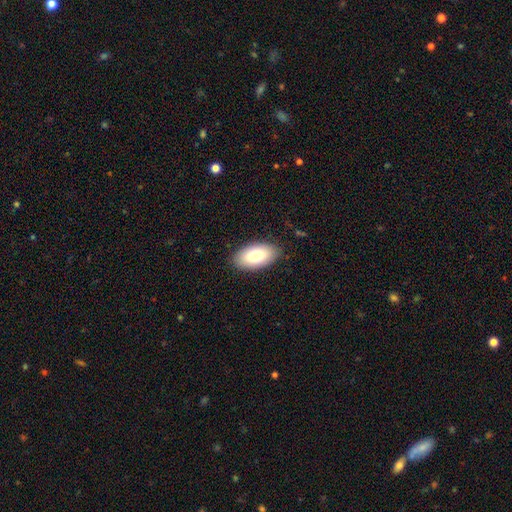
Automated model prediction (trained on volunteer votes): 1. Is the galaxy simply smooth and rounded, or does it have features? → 80% smooth, 13% featured or disk, 6% star or artifact.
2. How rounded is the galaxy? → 95% in between, 3% round, 2% cigar-shaped.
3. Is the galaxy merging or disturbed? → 87% none, 10% minor disturbance, 2% major disturbance, 1% merger.